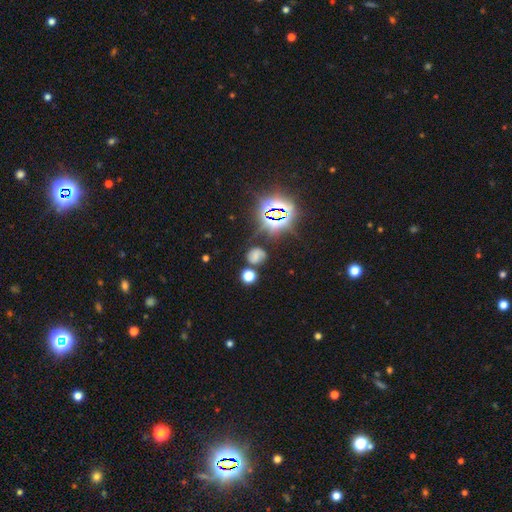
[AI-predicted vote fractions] Smooth or featured?
  - smooth: 46% *
  - star or artifact: 32%
  - featured or disk: 22%
Merging?
  - none: 60% *
  - minor disturbance: 18%
  - merger: 12%
  - major disturbance: 10%